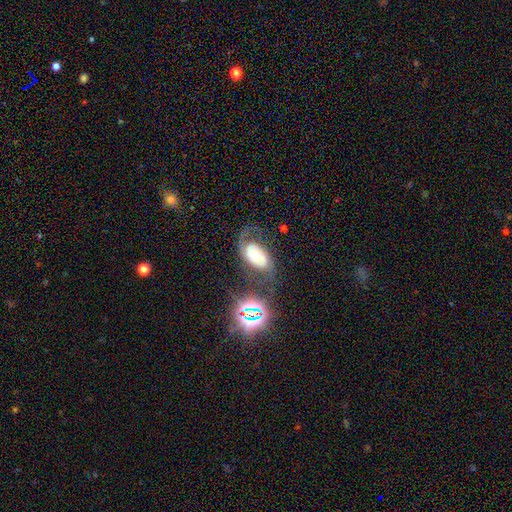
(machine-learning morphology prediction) A featured or disk galaxy (68%) with no bar (64%), 2 (78%) medium (42%) spiral arms (86%) and a moderate central bulge (58%). Merging: none (54%).